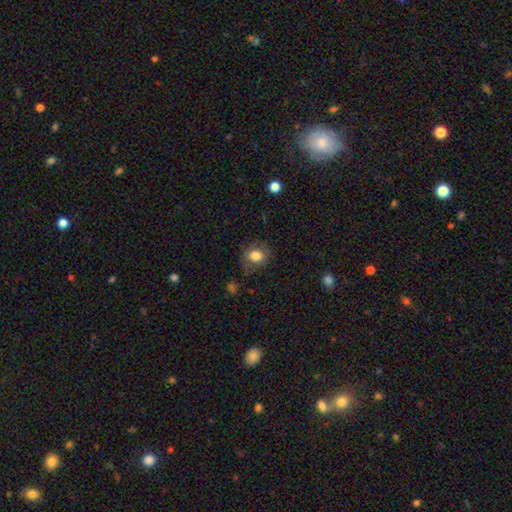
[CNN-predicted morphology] Q: Smooth or featured?
A: smooth (80%); runner-up: featured or disk (11%)
Q: How rounded?
A: round (55%); runner-up: in between (44%)
Q: Merging?
A: none (71%); runner-up: minor disturbance (19%)